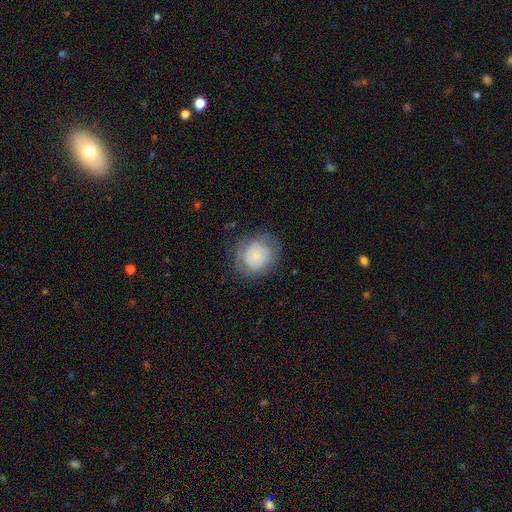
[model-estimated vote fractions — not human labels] A smooth galaxy with no disk features (61%) that is round (79%). Merging: none (64%).